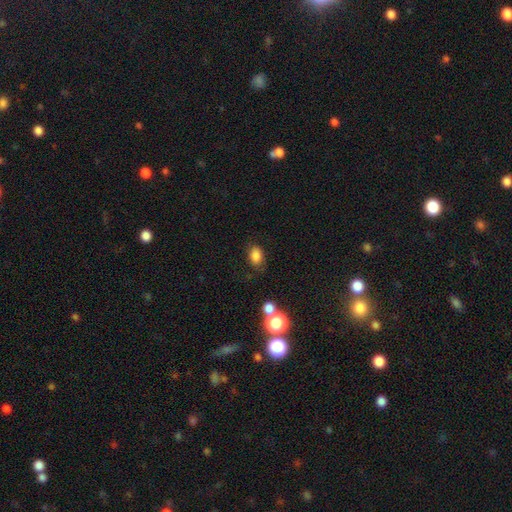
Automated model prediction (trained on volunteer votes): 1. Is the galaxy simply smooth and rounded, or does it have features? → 82% smooth, 12% star or artifact, 6% featured or disk.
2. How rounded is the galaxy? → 77% in between, 22% round, 1% cigar-shaped.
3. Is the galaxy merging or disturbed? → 76% none, 15% minor disturbance, 5% major disturbance, 5% merger.